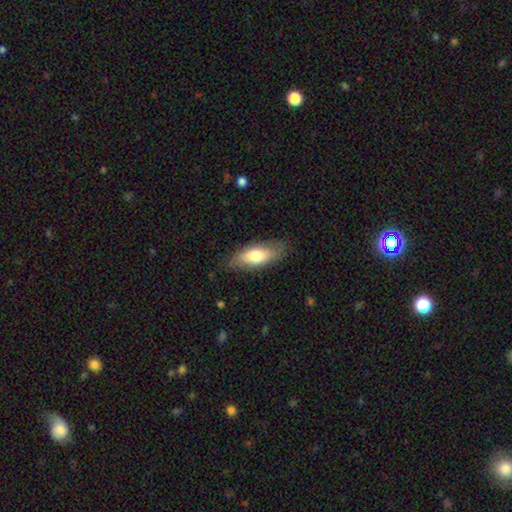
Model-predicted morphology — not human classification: This appears to be a smooth galaxy with no disk features (72%) that is in between round and cigar-shaped (75%). Merging: none (80%).